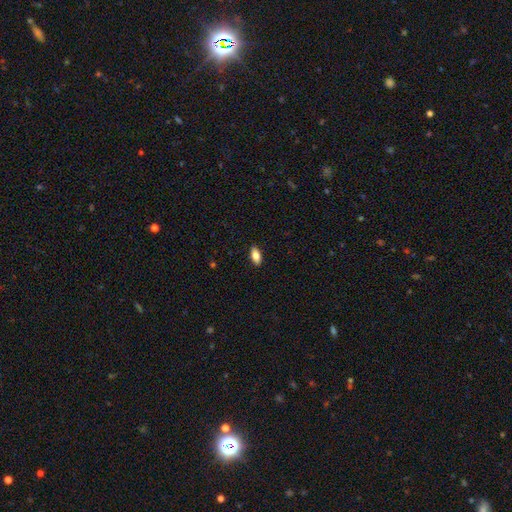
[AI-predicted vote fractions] This is clearly a smooth galaxy (82%). How rounded: clearly in between (87%). Merging: clearly none (90%).